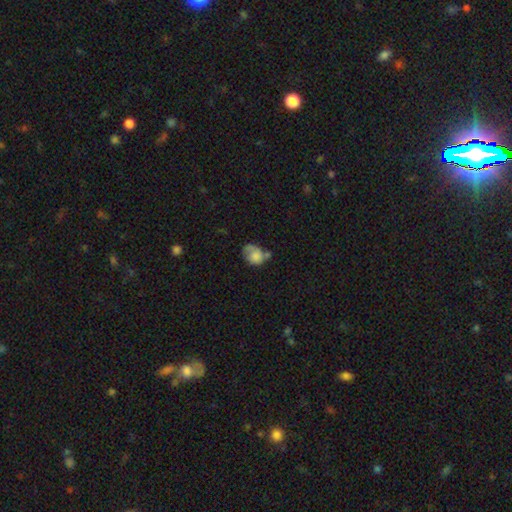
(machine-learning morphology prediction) Smooth or featured?
  - smooth: 61% *
  - featured or disk: 31%
  - star or artifact: 9%
How rounded?
  - in between: 50% *
  - round: 49%
  - cigar-shaped: 1%
Merging?
  - none: 30% *
  - minor disturbance: 28%
  - major disturbance: 23%
  - merger: 19%